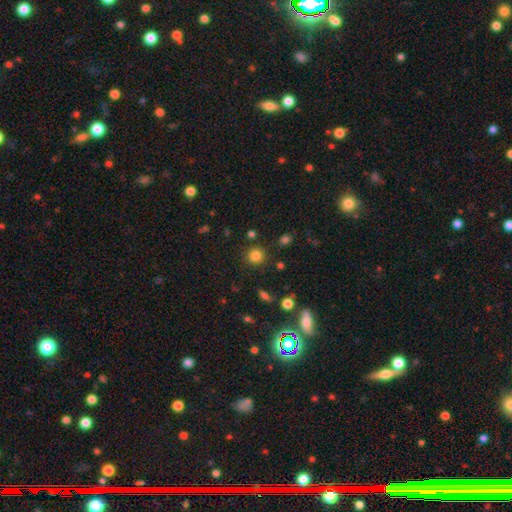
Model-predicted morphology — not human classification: Smooth or featured? smooth (81%)
How rounded? round (91%)
Merging? none (87%)